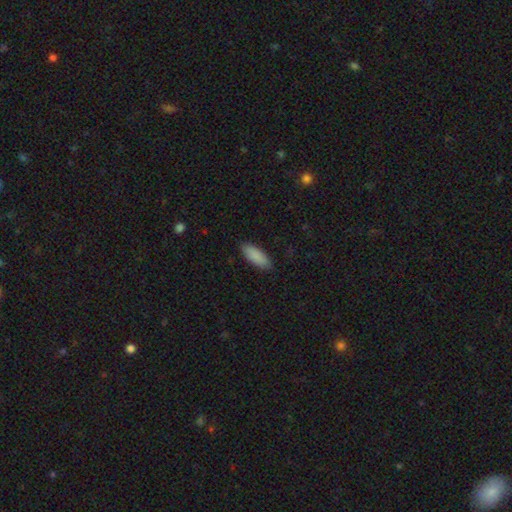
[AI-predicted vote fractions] smooth 89%, star or artifact 6%, featured or disk 5%. Down the decision tree: how rounded — in between (78%); merging — none (86%).